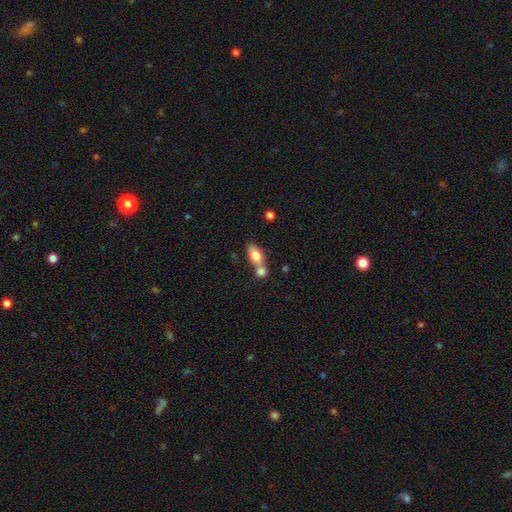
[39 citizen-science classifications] Smooth or featured: smooth — 72% (featured or disk — 23%)
How rounded: in between — 75% (cigar-shaped — 21%)
Merging: merger — 59% (none — 30%)